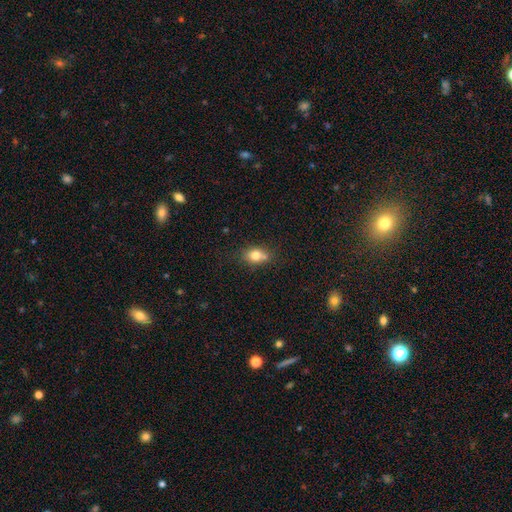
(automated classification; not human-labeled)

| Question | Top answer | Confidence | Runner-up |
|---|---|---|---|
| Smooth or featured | smooth | 76% | featured or disk (13%) |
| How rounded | in between | 61% | round (36%) |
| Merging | none | 63% | minor disturbance (19%) |